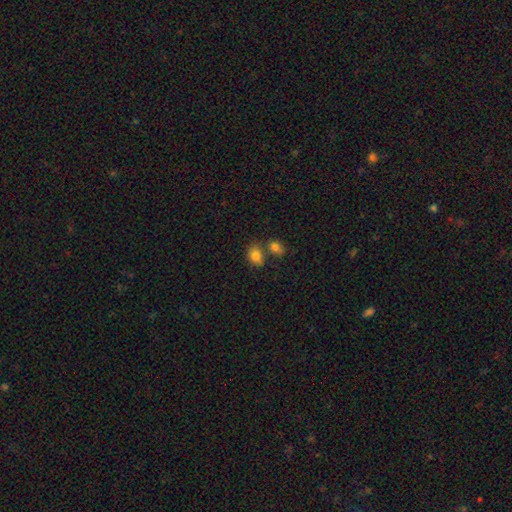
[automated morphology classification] A smooth galaxy with no disk features (83%) that is in between round and cigar-shaped (65%). Merging: none (53%).